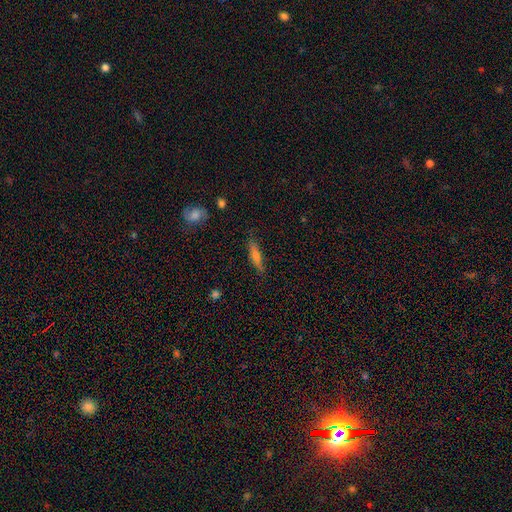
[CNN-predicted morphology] A smooth galaxy with no disk features (58%) that is cigar-shaped (81%). Merging: none (83%).